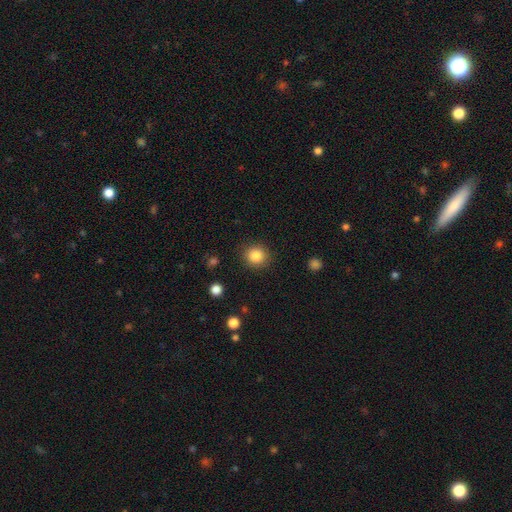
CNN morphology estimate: Smooth or featured? Predicted: smooth (p=0.86). How rounded? Predicted: round (p=0.88). Merging? Predicted: none (p=0.89).